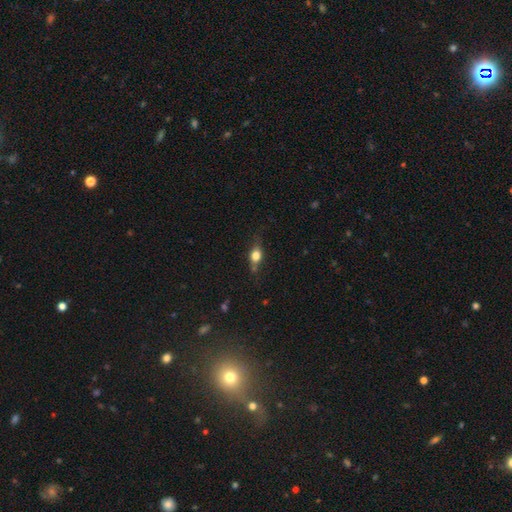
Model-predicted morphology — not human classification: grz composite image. It shows a smooth galaxy with no disk features (68%) that is in between round and cigar-shaped (59%). Merging: none (63%).